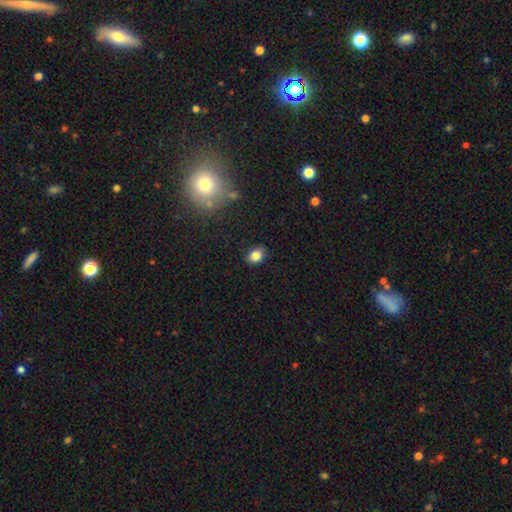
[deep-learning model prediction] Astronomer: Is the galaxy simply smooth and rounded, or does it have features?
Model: smooth — 84%.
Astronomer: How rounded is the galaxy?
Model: in between — 69%.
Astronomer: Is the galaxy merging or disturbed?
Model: none — 87%.